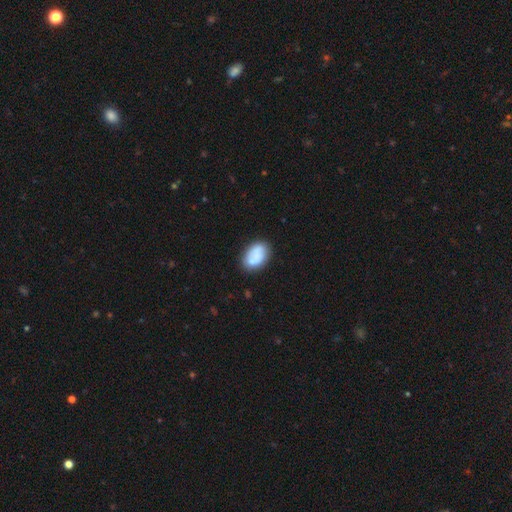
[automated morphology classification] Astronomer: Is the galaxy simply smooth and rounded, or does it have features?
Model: smooth — 74%.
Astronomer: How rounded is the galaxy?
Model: in between — 86%.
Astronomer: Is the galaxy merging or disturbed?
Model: none — 69%.